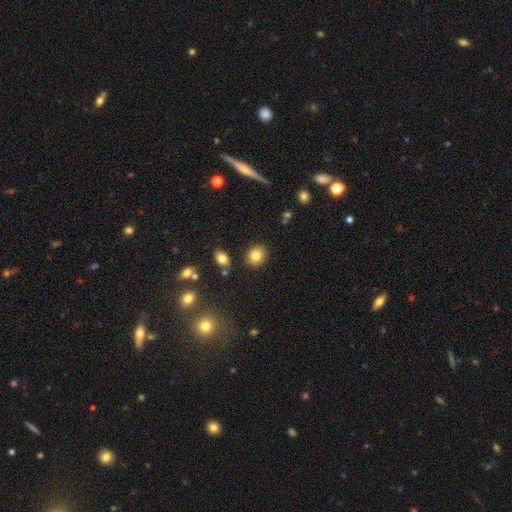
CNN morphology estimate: Q: Smooth or featured?
A: smooth (83%); runner-up: star or artifact (10%)
Q: How rounded?
A: round (67%); runner-up: in between (32%)
Q: Merging?
A: none (87%); runner-up: minor disturbance (8%)